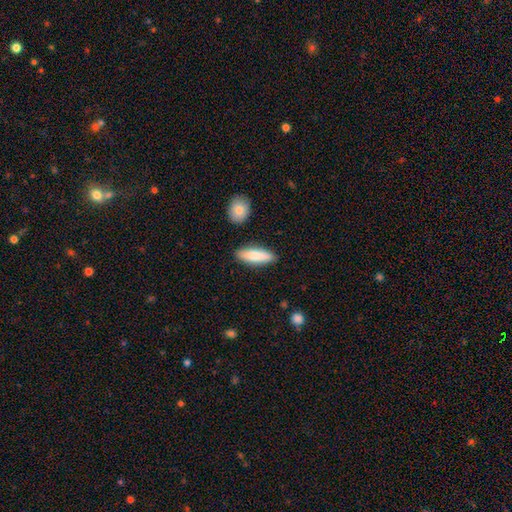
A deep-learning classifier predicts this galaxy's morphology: Smooth or featured? smooth (81%)
How rounded? cigar-shaped (51%)
Merging? none (85%)